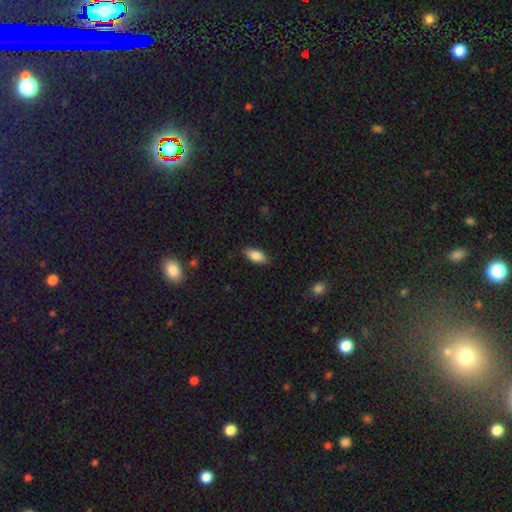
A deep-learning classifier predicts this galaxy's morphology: A smooth galaxy with no disk features (80%) that is in between round and cigar-shaped (86%).

Vote fractions:
- Smooth or featured? smooth: 80% / featured or disk: 12% / star or artifact: 8%
- How rounded? in between: 86% / cigar-shaped: 11% / round: 3%
- Merging? none: 85% / minor disturbance: 12% / major disturbance: 2% / merger: 1%